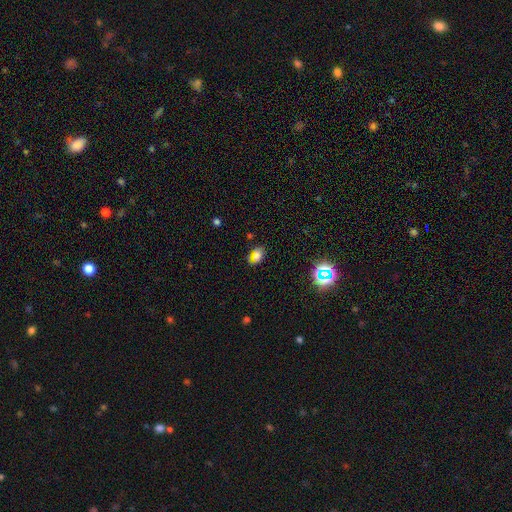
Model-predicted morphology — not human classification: Q: Smooth or featured?
A: smooth (65%); runner-up: star or artifact (19%)
Q: How rounded?
A: in between (82%); runner-up: round (17%)
Q: Merging?
A: none (73%); runner-up: minor disturbance (19%)